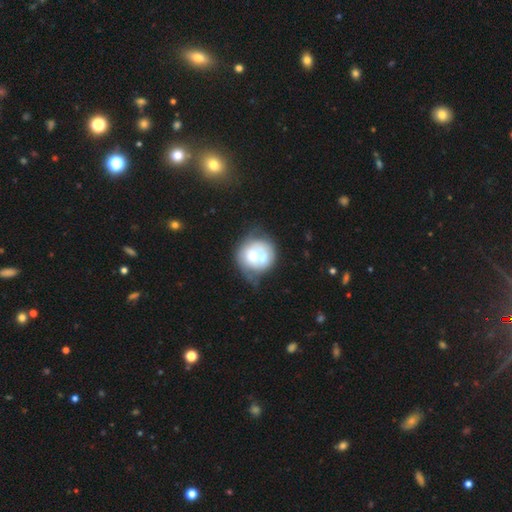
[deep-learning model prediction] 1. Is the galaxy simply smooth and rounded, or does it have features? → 52% smooth, 41% featured or disk, 8% star or artifact.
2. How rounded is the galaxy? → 80% round, 19% in between, 1% cigar-shaped.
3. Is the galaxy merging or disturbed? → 38% merger, 27% none, 20% minor disturbance, 15% major disturbance.